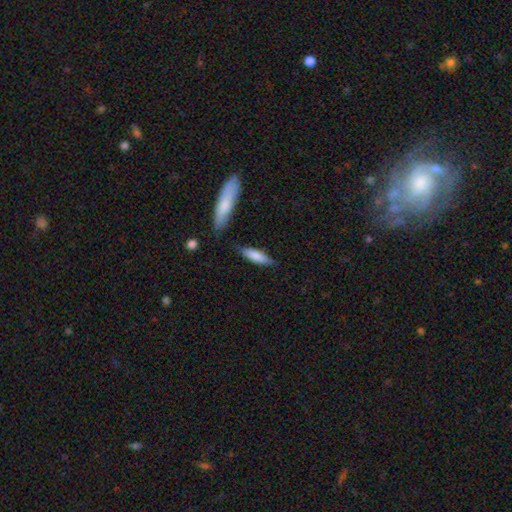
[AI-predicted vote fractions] This is likely a smooth galaxy (78%). How rounded: likely cigar-shaped (61%). Merging: likely none (75%).